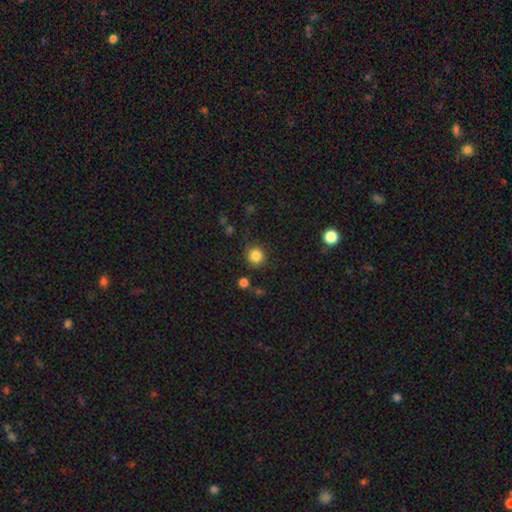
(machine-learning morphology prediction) This appears to be a smooth galaxy with no disk features (84%) that is round (93%). Merging: none (86%).